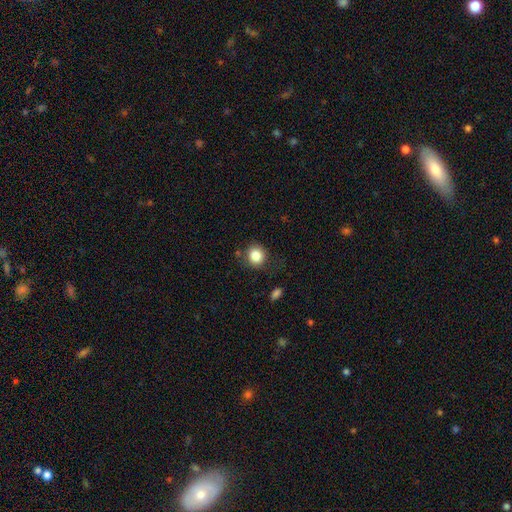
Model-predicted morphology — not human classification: This appears to be a smooth galaxy with no disk features (84%) that is round (85%). Merging: none (79%).